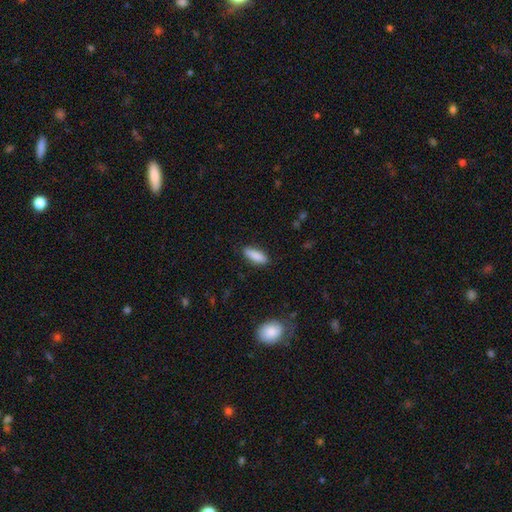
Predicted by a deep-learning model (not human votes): Smooth or featured: smooth — 87% (featured or disk — 7%)
How rounded: in between — 61% (cigar-shaped — 38%)
Merging: none — 87% (minor disturbance — 10%)